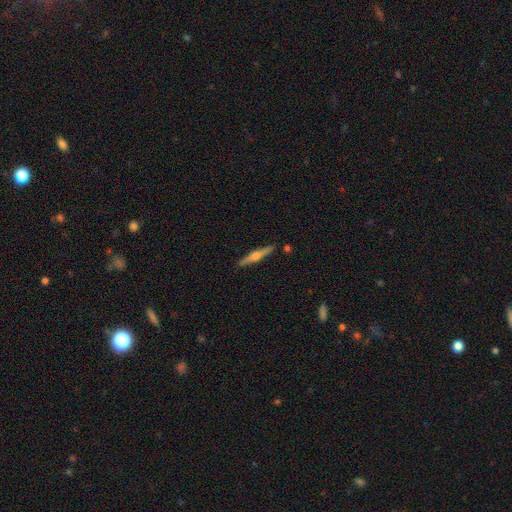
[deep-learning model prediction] featured or disk 77%, smooth 17%, star or artifact 6%. Down the decision tree: edge-on disk — yes (98%); edge-on bulge — rounded (87%); merging — none (91%).